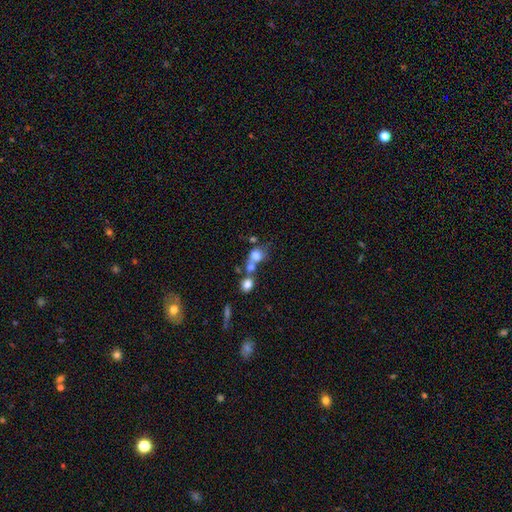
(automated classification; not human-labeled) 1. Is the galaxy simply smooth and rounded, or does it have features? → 70% smooth, 18% featured or disk, 13% star or artifact.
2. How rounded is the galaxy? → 61% round, 37% in between, 2% cigar-shaped.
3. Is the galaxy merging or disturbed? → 57% merger, 26% none, 9% minor disturbance, 8% major disturbance.